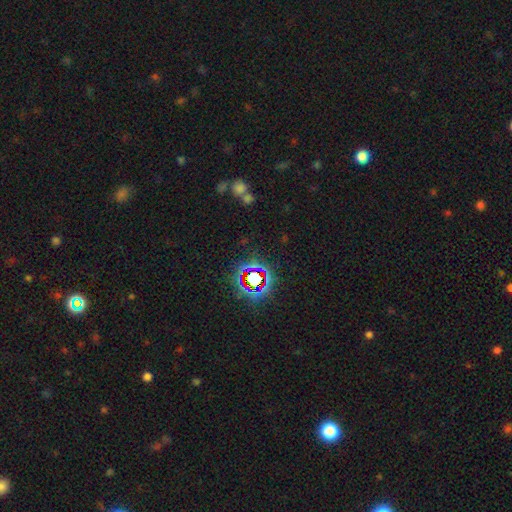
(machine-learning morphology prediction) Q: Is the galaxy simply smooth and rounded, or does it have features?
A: star or artifact — 59%.